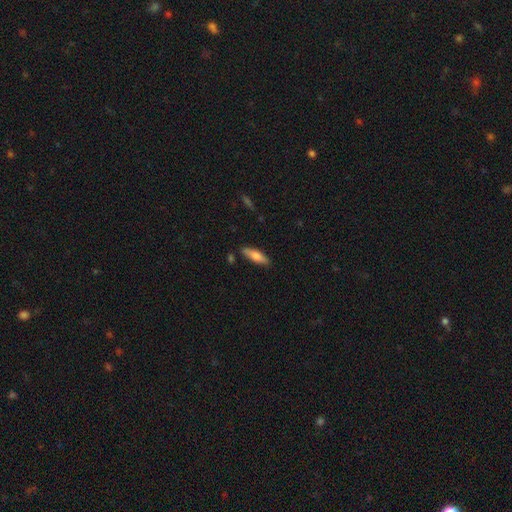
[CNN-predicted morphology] Smooth or featured? smooth (72%)
How rounded? cigar-shaped (56%)
Merging? none (84%)